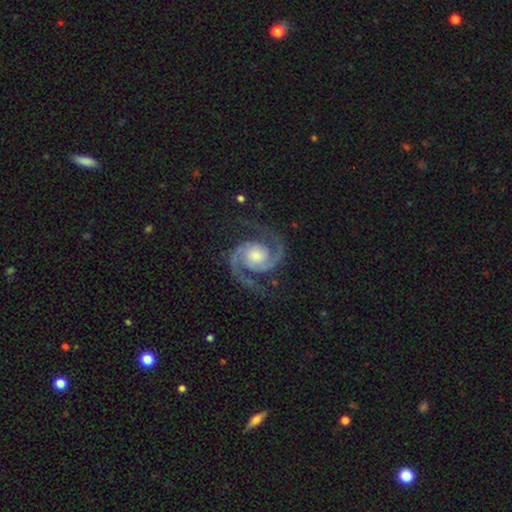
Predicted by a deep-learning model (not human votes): Overall: featured or disk (94%). Edge-on disk: no (98%). Bar: no (70%). Spiral arms: yes (99%). Spiral arm count: 2 (94%). Spiral winding: medium (56%; tight 35%). Bulge size: moderate (54%; small 20%). Merging: none (81%).